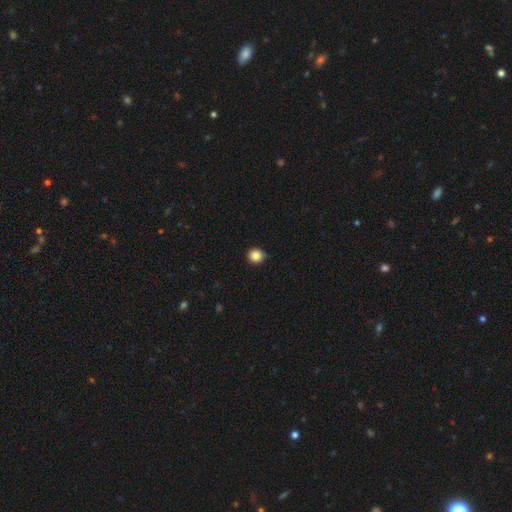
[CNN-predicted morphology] type=smooth (85%); roundness=round (91%); merging=none (83%).